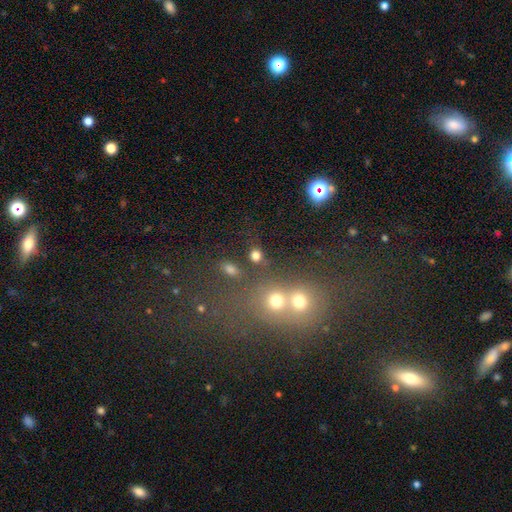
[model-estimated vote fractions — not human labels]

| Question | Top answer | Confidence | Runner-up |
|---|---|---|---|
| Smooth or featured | smooth | 77% | star or artifact (16%) |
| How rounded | round | 59% | in between (39%) |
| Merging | none | 69% | merger (16%) |